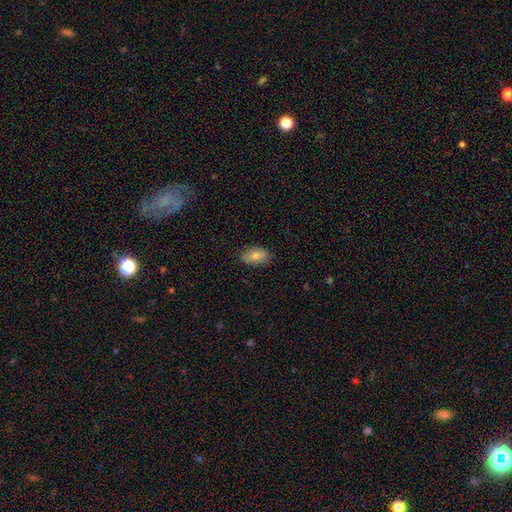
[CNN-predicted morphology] Smooth or featured? Predicted: smooth (p=0.80). How rounded? Predicted: in between (p=0.92). Merging? Predicted: none (p=0.83).